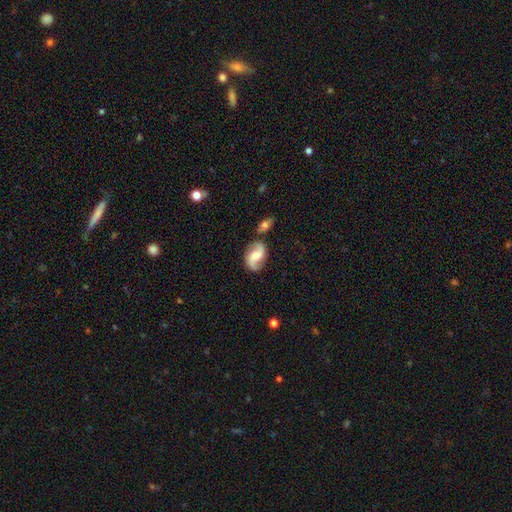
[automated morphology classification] This is likely a featured or disk galaxy (79%). It is clearly not viewed edge-on (98%). Bar: marginally no (44%). Spiral arm pattern: clearly yes (96%). Spiral arm count: clearly 2 (93%). Spiral winding: possibly loose (53%). Central bulge: marginally moderate (37%). Merging: likely none (71%).